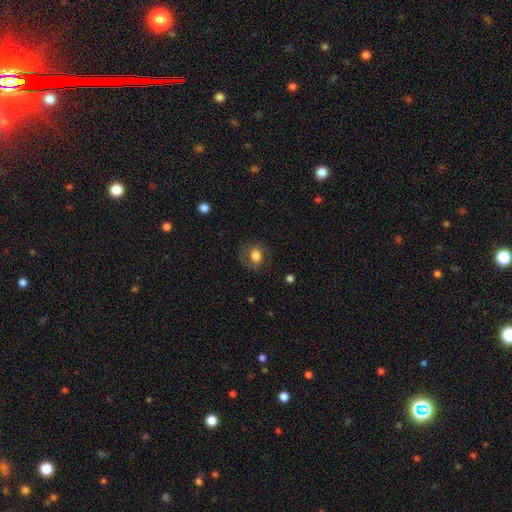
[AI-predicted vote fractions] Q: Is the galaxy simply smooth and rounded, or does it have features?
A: smooth — 71%.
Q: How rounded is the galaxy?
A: round — 51%.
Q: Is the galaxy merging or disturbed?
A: none — 74%.